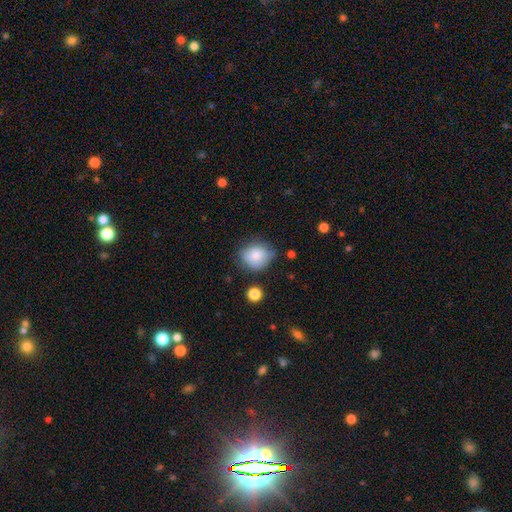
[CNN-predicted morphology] smooth_or_featured: smooth (p=0.81) [alt: featured or disk p=0.11]
how_rounded: round (p=0.68) [alt: in between p=0.31]
merging: none (p=0.63) [alt: minor disturbance p=0.27]